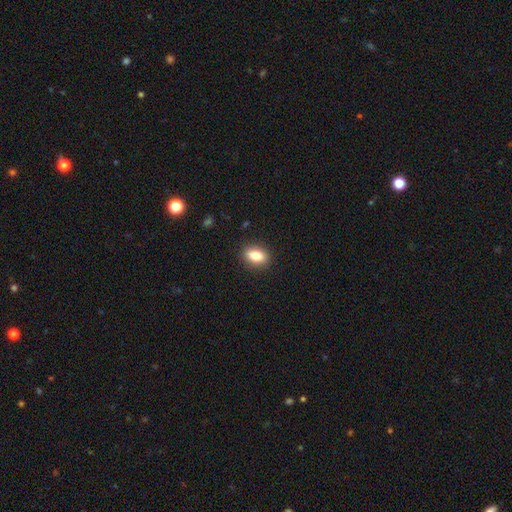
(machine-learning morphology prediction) A smooth galaxy with no disk features (82%) that is in between round and cigar-shaped (82%).

Vote fractions:
- Smooth or featured? smooth: 82% / featured or disk: 9% / star or artifact: 8%
- How rounded? in between: 82% / round: 14% / cigar-shaped: 4%
- Merging? none: 89% / minor disturbance: 8% / major disturbance: 2% / merger: 1%